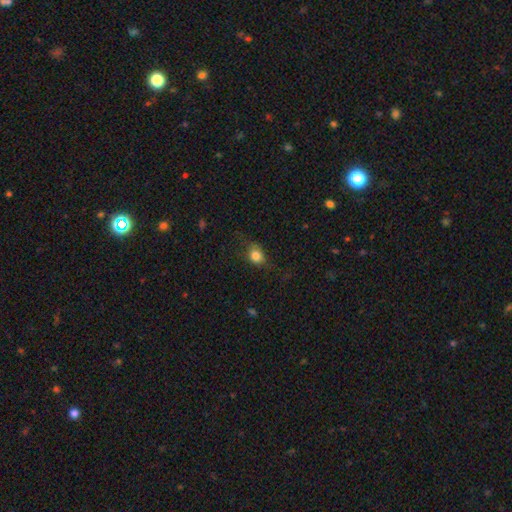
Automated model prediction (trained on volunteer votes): Q: Smooth or featured?
A: smooth (80%); runner-up: star or artifact (10%)
Q: How rounded?
A: round (51%); runner-up: in between (47%)
Q: Merging?
A: none (64%); runner-up: minor disturbance (23%)